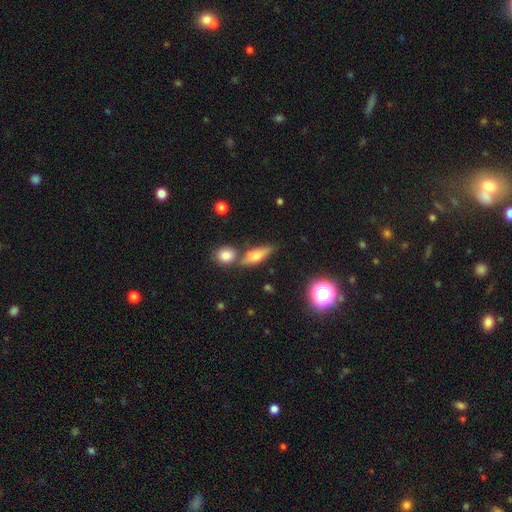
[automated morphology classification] The model was most divided on "how rounded": in between: 49%, cigar-shaped: 43%, round: 8%. More confident: merging — none (64%); smooth or featured — smooth (54%).